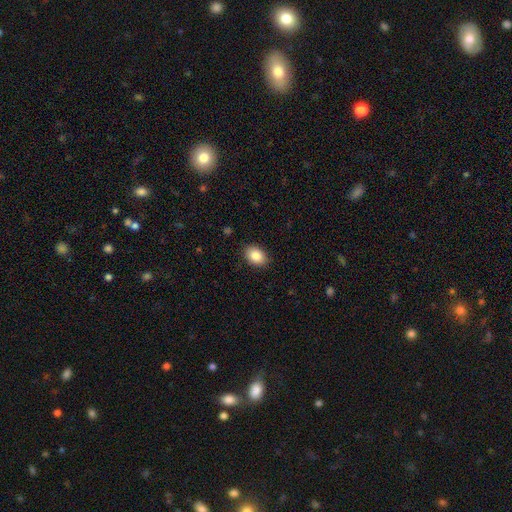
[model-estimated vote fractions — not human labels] Smooth or featured: smooth — 86% (star or artifact — 8%)
How rounded: in between — 75% (round — 24%)
Merging: none — 88% (minor disturbance — 9%)